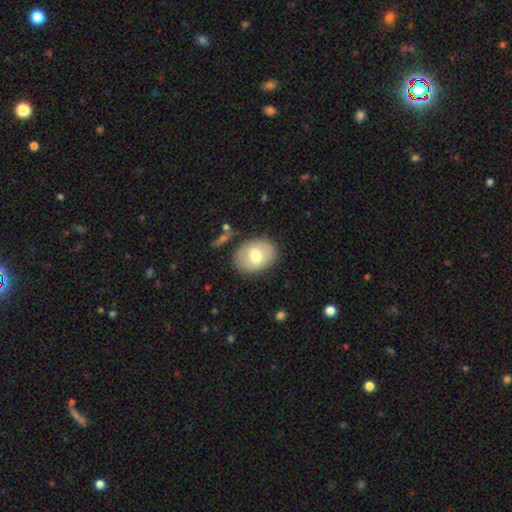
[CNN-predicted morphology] This is likely a smooth galaxy (68%). How rounded: possibly in between (57%). Merging: clearly none (82%).